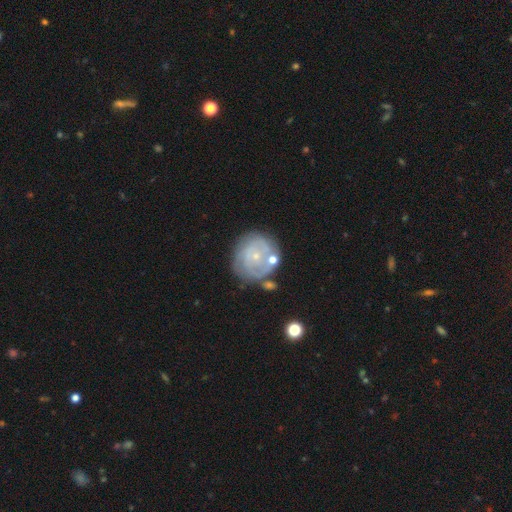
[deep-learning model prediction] Smooth or featured: featured or disk — 69% (smooth — 24%)
Edge-on disk: no — 98% (yes — 2%)
Bar: no — 81% (weak — 16%)
Spiral arms: yes — 75% (no — 25%)
Spiral winding: tight — 68% (medium — 23%)
Spiral arm count: can't tell — 43% (2 — 25%)
Bulge size: small — 81% (moderate — 14%)
Merging: none — 64% (minor disturbance — 19%)